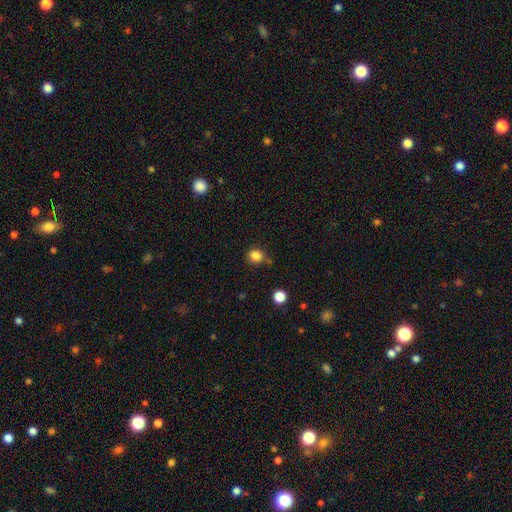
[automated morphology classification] Smooth or featured? Predicted: smooth (p=0.83). How rounded? Predicted: round (p=0.88). Merging? Predicted: none (p=0.74).